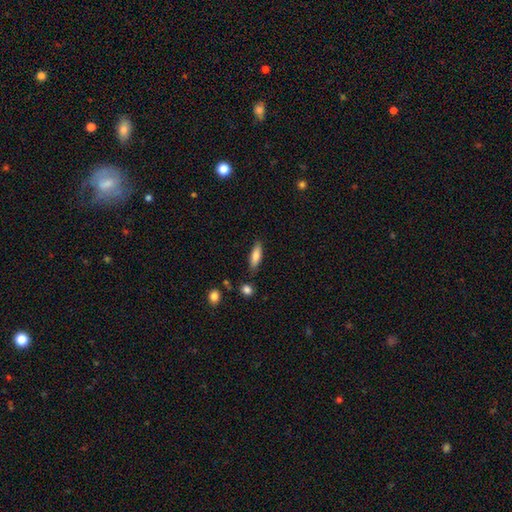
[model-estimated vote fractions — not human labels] A smooth galaxy with no disk features (78%) that is cigar-shaped (49%, tied with in between). Merging: none (83%).